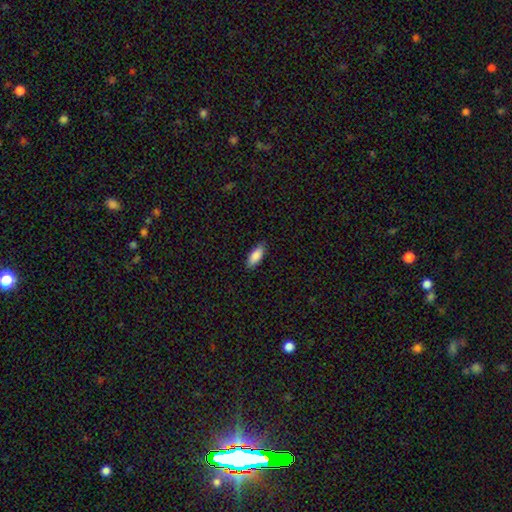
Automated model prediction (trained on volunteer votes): A smooth galaxy with no disk features (88%) that is in between round and cigar-shaped (77%).

Vote fractions:
- Smooth or featured? smooth: 88% / star or artifact: 6% / featured or disk: 6%
- How rounded? in between: 77% / cigar-shaped: 21% / round: 2%
- Merging? none: 87% / minor disturbance: 10% / major disturbance: 2% / merger: 1%